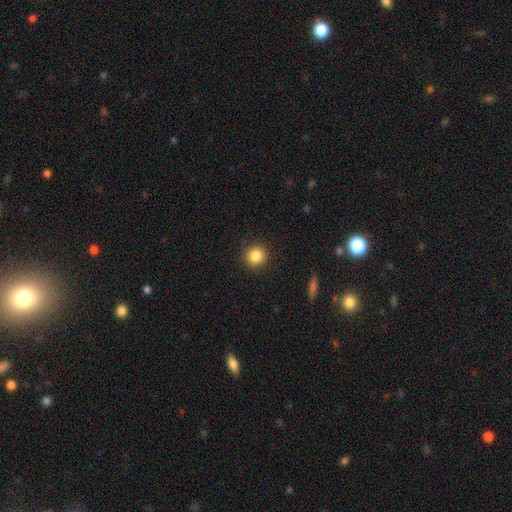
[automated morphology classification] Smooth or featured? Predicted: smooth (p=0.85). How rounded? Predicted: round (p=0.92). Merging? Predicted: none (p=0.91).